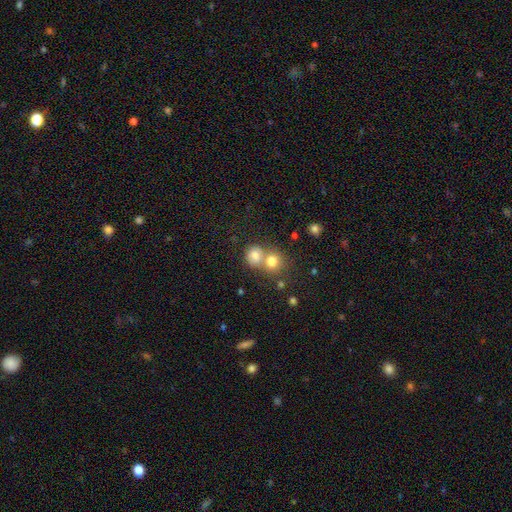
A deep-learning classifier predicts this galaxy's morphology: Smooth or featured: smooth — 72% (star or artifact — 14%)
How rounded: round — 79% (in between — 20%)
Merging: merger — 51% (none — 39%)